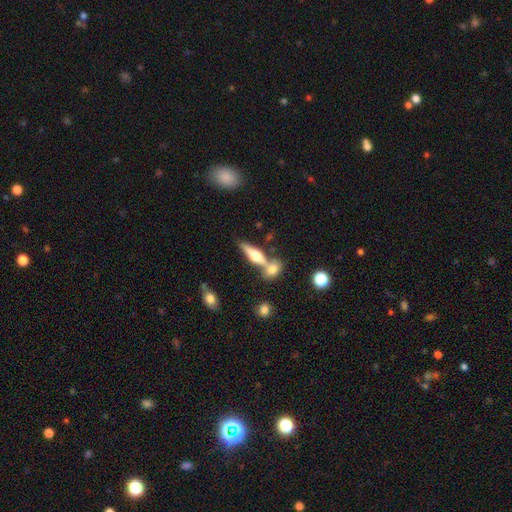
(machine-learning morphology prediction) Smooth or featured? featured or disk (49%)
Merging? none (47%)